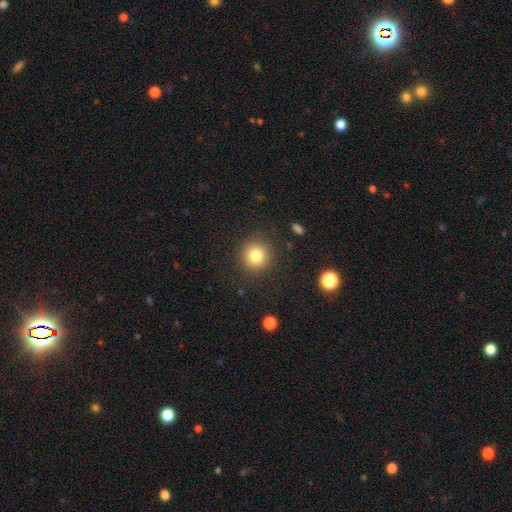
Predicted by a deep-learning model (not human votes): Overall: smooth (81%). How rounded: round (93%). Merging: none (89%).